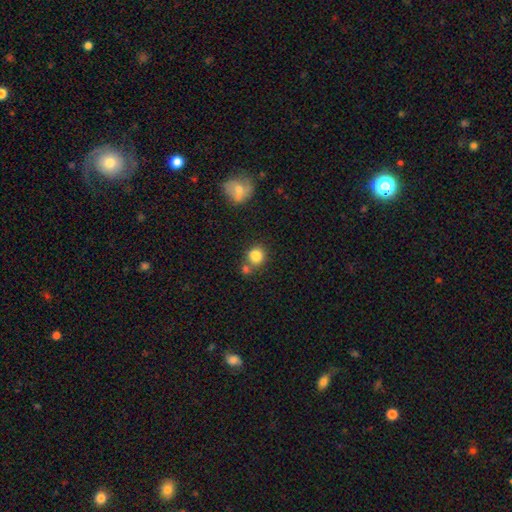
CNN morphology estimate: Smooth or featured? smooth (84%)
How rounded? round (81%)
Merging? none (58%)